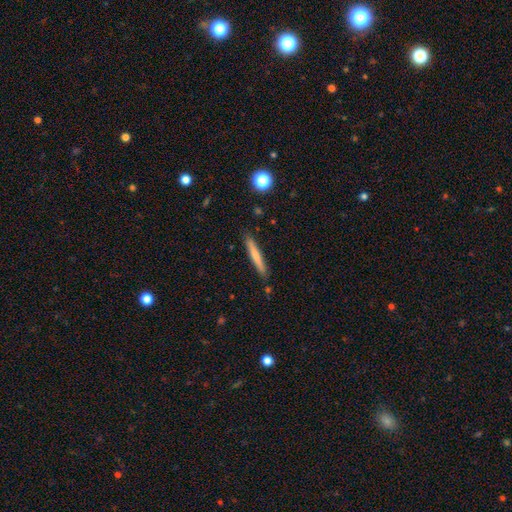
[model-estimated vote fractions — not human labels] smooth_or_featured: smooth (p=0.64) [alt: featured or disk p=0.30]
how_rounded: cigar-shaped (p=0.95) [alt: in between p=0.04]
merging: none (p=0.88) [alt: minor disturbance p=0.09]